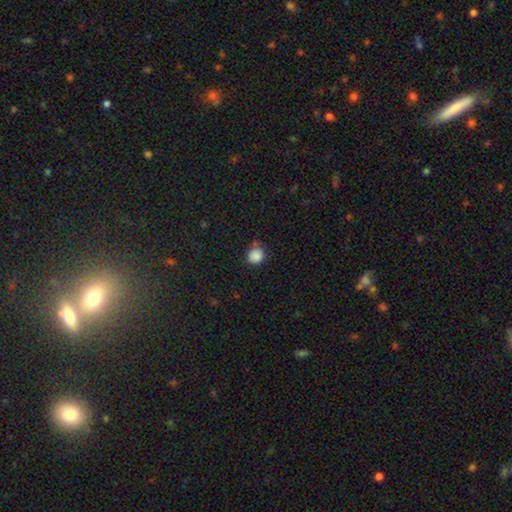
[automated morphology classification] smooth 86%, star or artifact 10%, featured or disk 4%. Down the decision tree: how rounded — round (77%); merging — none (67%).